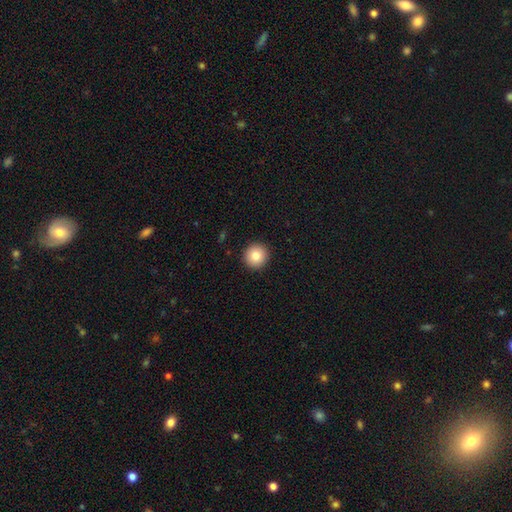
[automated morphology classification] Q: Smooth or featured?
A: smooth (83%); runner-up: star or artifact (9%)
Q: How rounded?
A: round (95%); runner-up: in between (4%)
Q: Merging?
A: none (93%); runner-up: minor disturbance (4%)